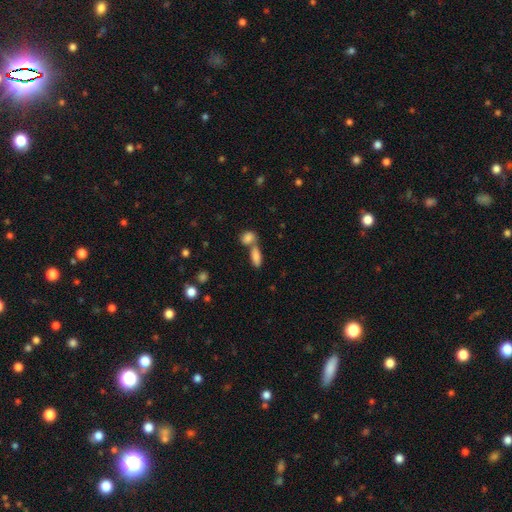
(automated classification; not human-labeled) smooth 84%, featured or disk 8%, star or artifact 8%. Down the decision tree: how rounded — in between (80%); merging — merger (46%).